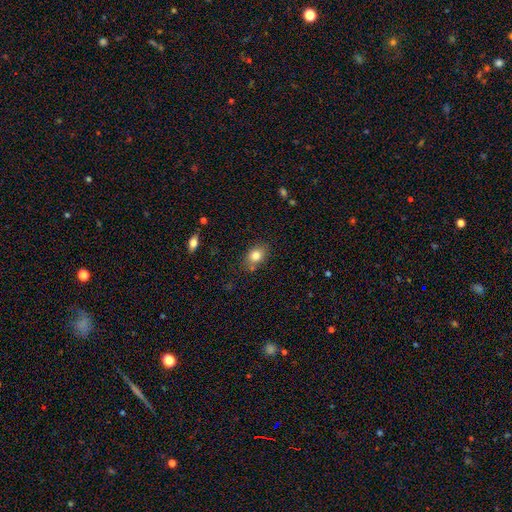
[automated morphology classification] A smooth galaxy with no disk features (81%) that is in between round and cigar-shaped (66%). Merging: none (76%).